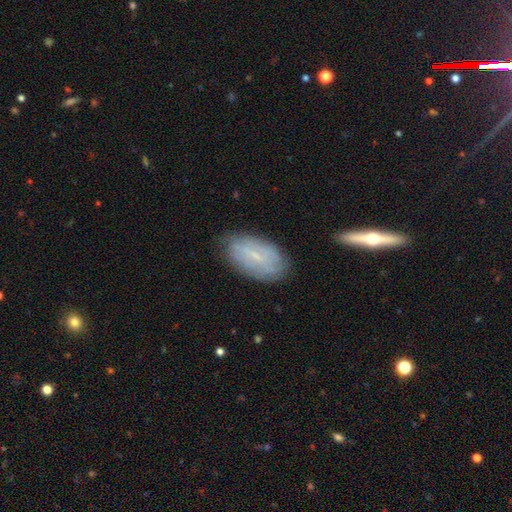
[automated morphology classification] The model was most divided on "smooth or featured": featured or disk: 53%, smooth: 39%, star or artifact: 8%. More confident: edge-on disk — no (89%); merging — none (75%).